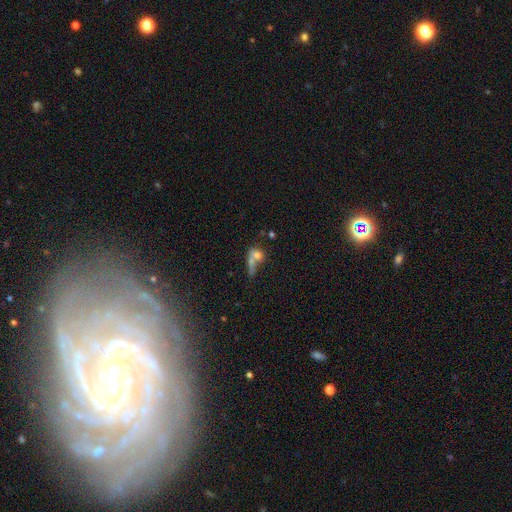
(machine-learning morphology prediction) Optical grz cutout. It shows a smooth galaxy with no disk features (64%) that is in between round and cigar-shaped (51%). Merging: merger (51%).